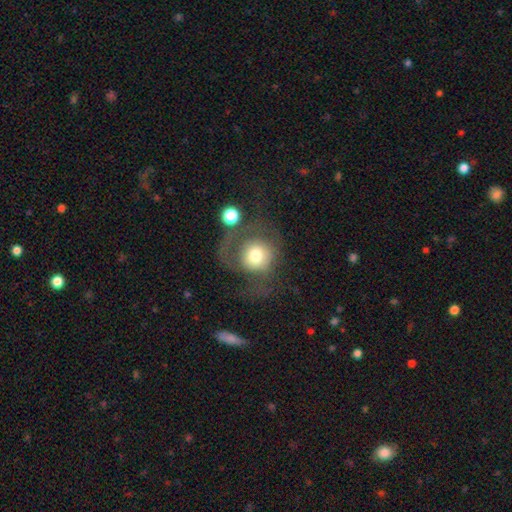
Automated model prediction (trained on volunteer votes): Smooth or featured: smooth — 62% (featured or disk — 29%)
How rounded: round — 86% (in between — 13%)
Merging: major disturbance — 42% (none — 34%)